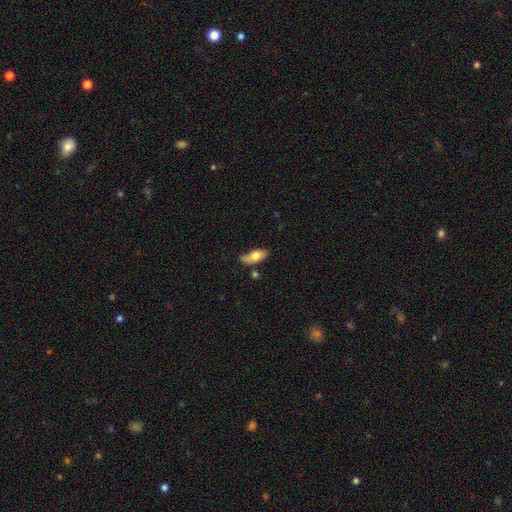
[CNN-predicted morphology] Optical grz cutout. It shows a smooth galaxy with no disk features (70%) that is in between round and cigar-shaped (79%). Merging: none (62%).